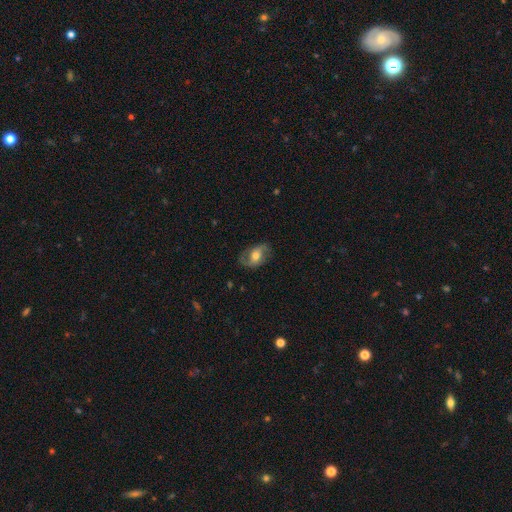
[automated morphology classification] Smooth or featured?
  - featured or disk: 58% *
  - smooth: 34%
  - star or artifact: 8%
Edge-on disk?
  - no: 94% *
  - yes: 6%
Bar?
  - no: 51% *
  - weak: 34%
  - strong: 15%
Spiral arms?
  - yes: 78% *
  - no: 22%
Bulge size?
  - moderate: 68% *
  - small: 18%
  - large: 11%
  - none: 2%
  - dominant: 1%
Merging?
  - none: 72% *
  - minor disturbance: 19%
  - major disturbance: 8%
  - merger: 1%